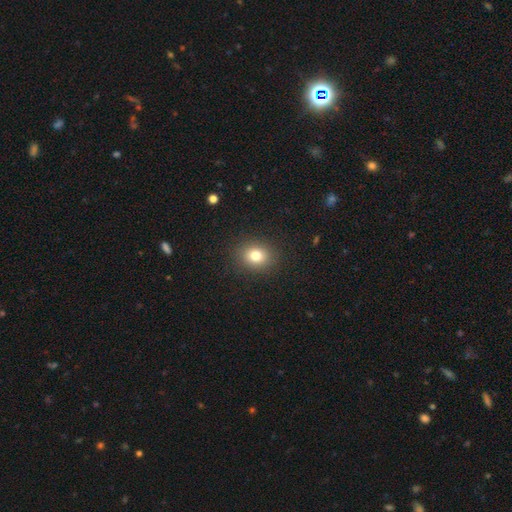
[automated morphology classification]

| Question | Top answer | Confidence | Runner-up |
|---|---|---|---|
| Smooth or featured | smooth | 80% | star or artifact (12%) |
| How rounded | round | 63% | in between (36%) |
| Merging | none | 89% | minor disturbance (7%) |